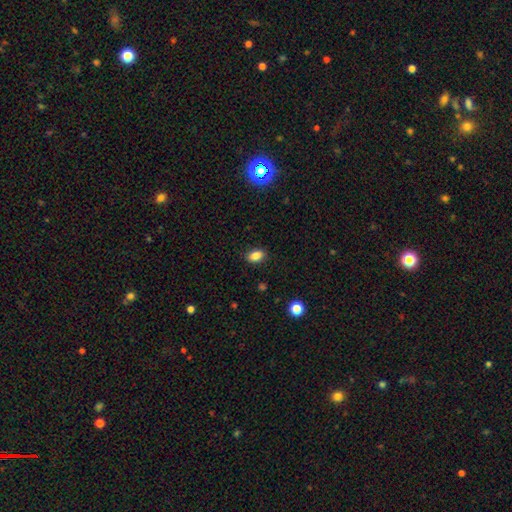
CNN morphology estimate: Smooth or featured? smooth (85%)
How rounded? in between (84%)
Merging? none (88%)